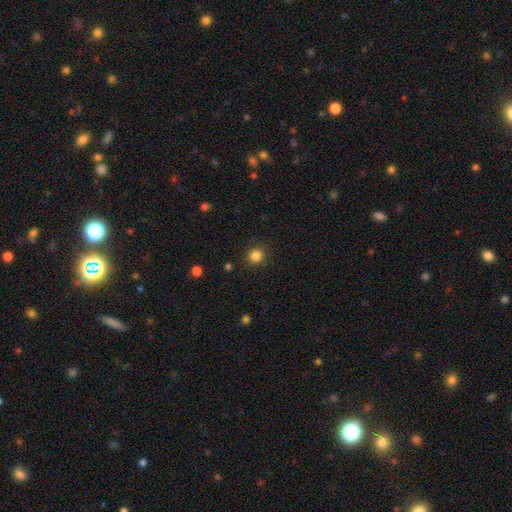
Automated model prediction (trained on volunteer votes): Smooth or featured? smooth (85%)
How rounded? round (84%)
Merging? none (88%)